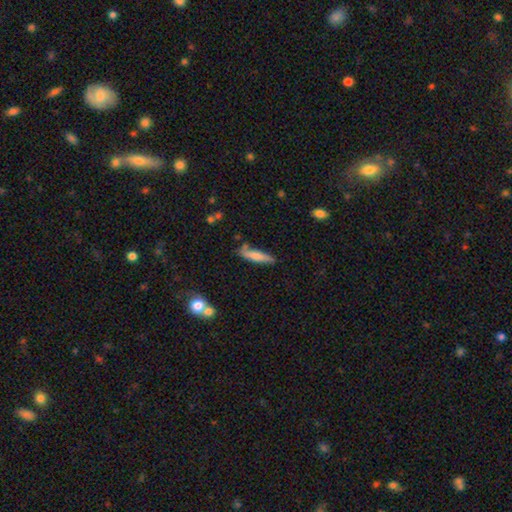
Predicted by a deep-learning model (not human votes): The model was most divided on "smooth or featured": smooth: 72%, featured or disk: 22%, star or artifact: 6%. More confident: how rounded — cigar-shaped (80%); merging — none (71%).